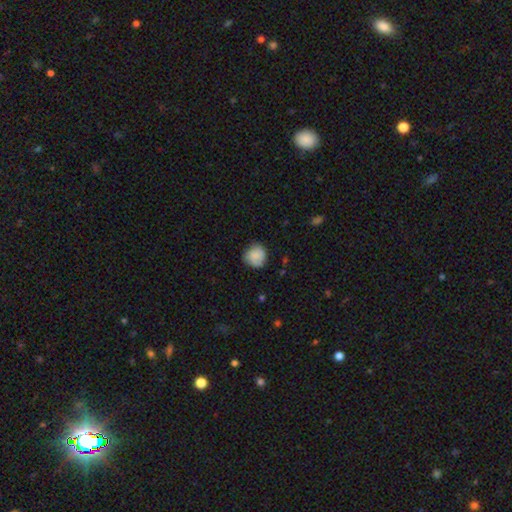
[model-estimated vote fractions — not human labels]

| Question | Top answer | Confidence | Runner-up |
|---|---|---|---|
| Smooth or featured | smooth | 82% | featured or disk (11%) |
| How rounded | round | 87% | in between (12%) |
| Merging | none | 73% | minor disturbance (21%) |